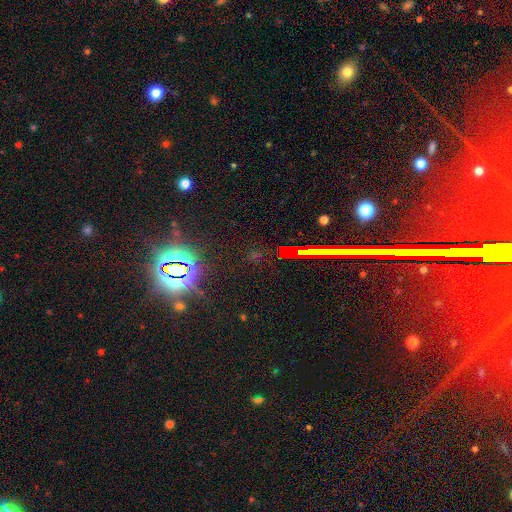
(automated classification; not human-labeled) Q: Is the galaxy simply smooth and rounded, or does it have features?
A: star or artifact — 76%.